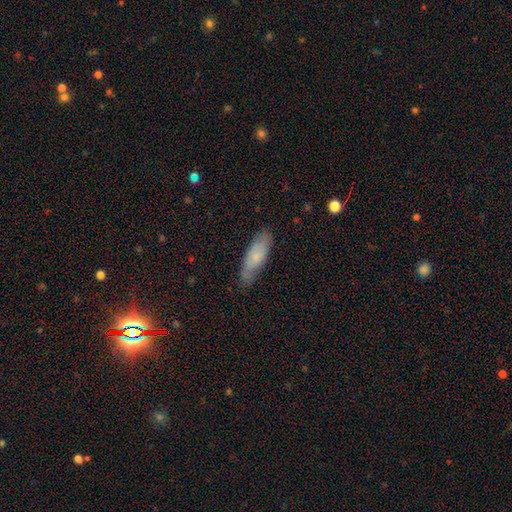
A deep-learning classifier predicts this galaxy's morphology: smooth_or_featured: smooth (p=0.71) [alt: featured or disk p=0.23]
how_rounded: in between (p=0.51) [alt: cigar-shaped p=0.48]
merging: none (p=0.74) [alt: minor disturbance p=0.21]